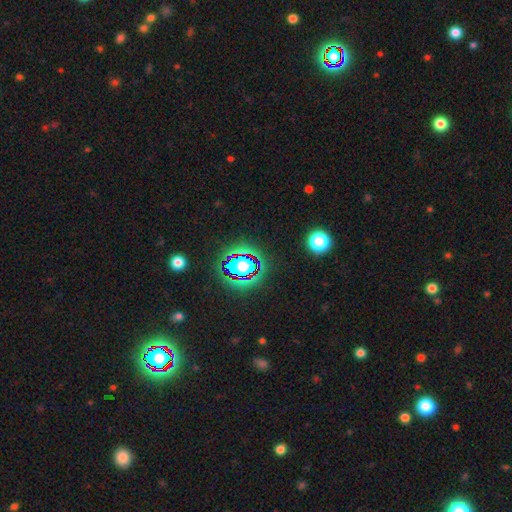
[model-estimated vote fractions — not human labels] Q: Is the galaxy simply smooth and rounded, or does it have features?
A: star or artifact — 82%.